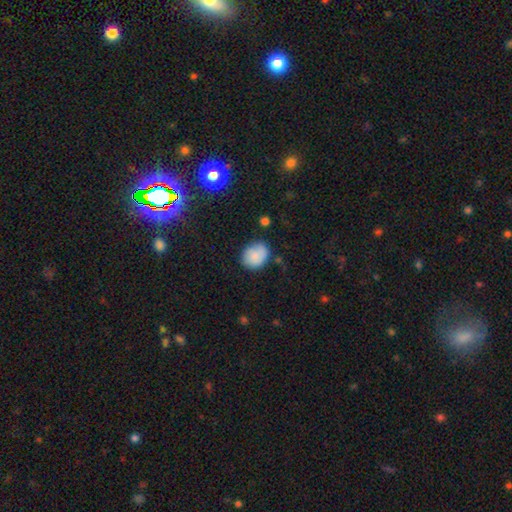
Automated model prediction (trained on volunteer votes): Smooth or featured?
  - smooth: 81% *
  - featured or disk: 11%
  - star or artifact: 8%
How rounded?
  - round: 56% *
  - in between: 43%
  - cigar-shaped: 1%
Merging?
  - none: 69% *
  - minor disturbance: 22%
  - major disturbance: 5%
  - merger: 3%